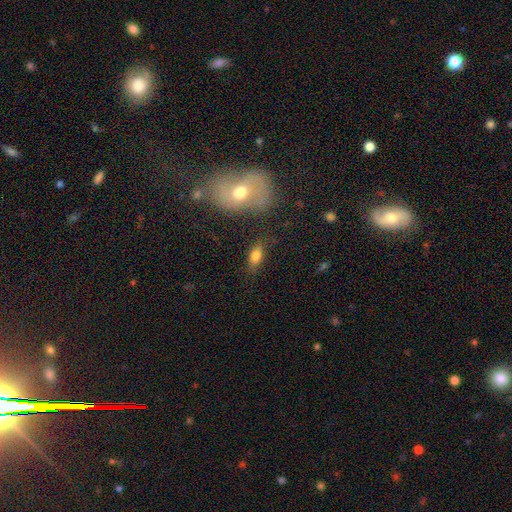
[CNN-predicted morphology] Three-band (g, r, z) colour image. It shows a smooth galaxy with no disk features (70%) that is in between round and cigar-shaped (78%). Merging: none (78%).